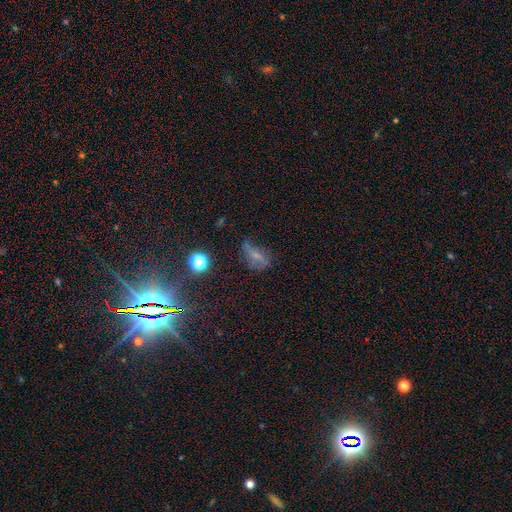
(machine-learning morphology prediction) smooth_or_featured: smooth (p=0.44) [alt: featured or disk p=0.33]
merging: none (p=0.47) [alt: minor disturbance p=0.29]